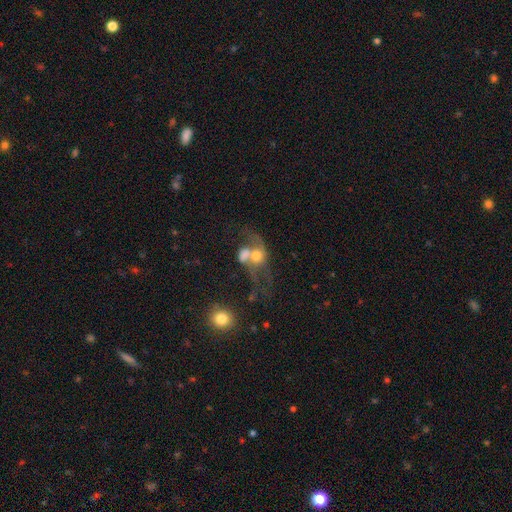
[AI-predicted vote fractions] Morphology: type=featured or disk (48%); merging=merger (67%).